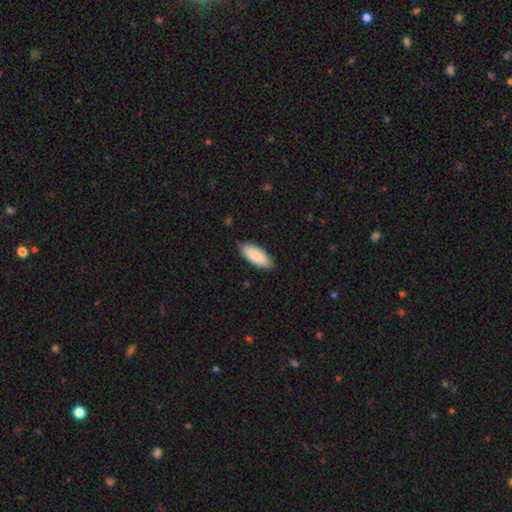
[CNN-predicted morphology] Overall: smooth (88%). How rounded: in between (85%). Merging: none (82%).